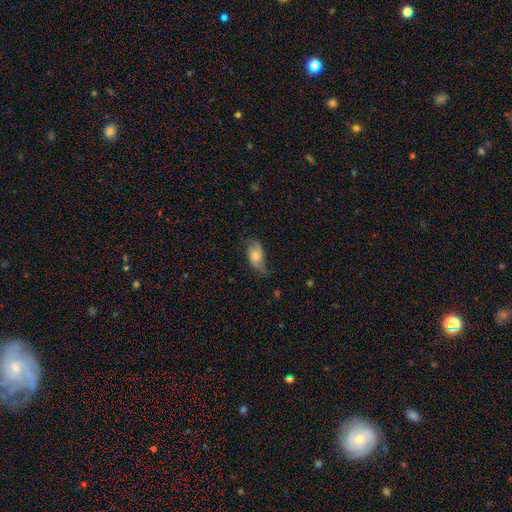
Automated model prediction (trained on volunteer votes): Smooth or featured: smooth — 50% (featured or disk — 42%)
How rounded: in between — 89% (round — 7%)
Merging: none — 53% (minor disturbance — 33%)